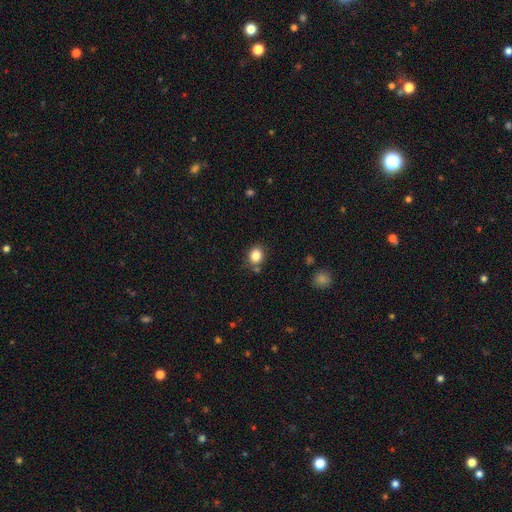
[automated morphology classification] Smooth or featured: smooth — 84% (star or artifact — 10%)
How rounded: round — 68% (in between — 32%)
Merging: none — 75% (minor disturbance — 12%)